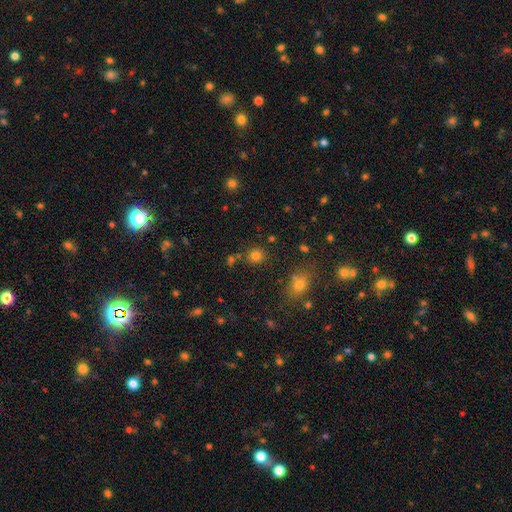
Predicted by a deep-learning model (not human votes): Q: Smooth or featured?
A: smooth (77%); runner-up: star or artifact (17%)
Q: How rounded?
A: round (86%); runner-up: in between (13%)
Q: Merging?
A: none (81%); runner-up: minor disturbance (9%)